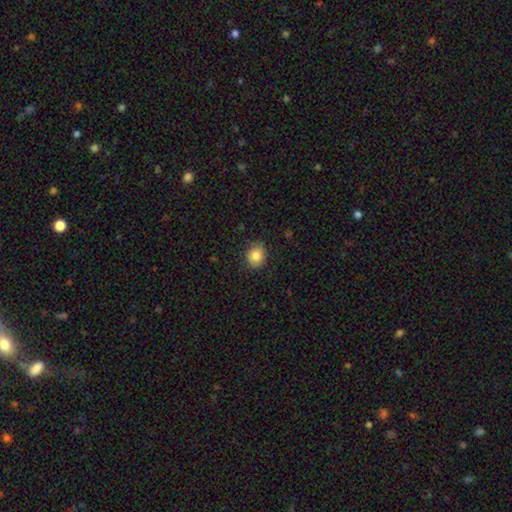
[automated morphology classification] A smooth galaxy with no disk features (83%) that is round (65%). Merging: none (86%).